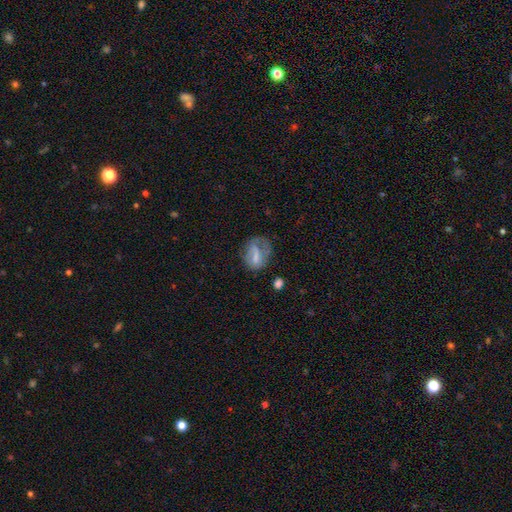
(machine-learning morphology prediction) Smooth or featured? Predicted: smooth (p=0.54). How rounded? Predicted: in between (p=0.66). Merging? Predicted: none (p=0.38).